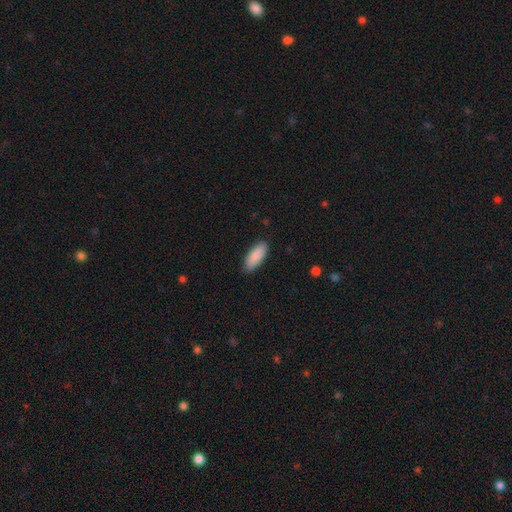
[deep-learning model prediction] A smooth galaxy with no disk features (89%) that is in between round and cigar-shaped (80%).

Vote fractions:
- Smooth or featured? smooth: 89% / star or artifact: 6% / featured or disk: 5%
- How rounded? in between: 80% / cigar-shaped: 18% / round: 2%
- Merging? none: 87% / minor disturbance: 11% / major disturbance: 2% / merger: 1%